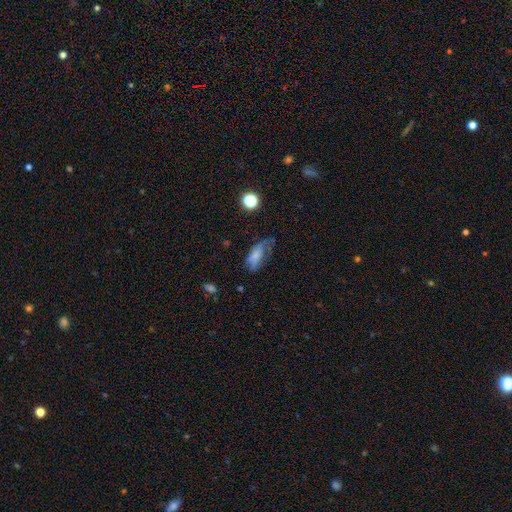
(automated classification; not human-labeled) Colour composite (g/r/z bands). It shows a smooth galaxy with no disk features (60%) that is in between round and cigar-shaped (83%). Merging: none (35%).